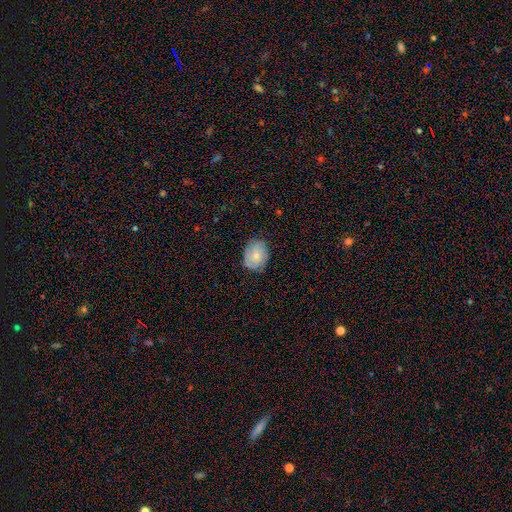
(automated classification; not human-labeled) Smooth or featured: smooth — 70% (featured or disk — 23%)
How rounded: in between — 57% (round — 42%)
Merging: none — 76% (minor disturbance — 19%)